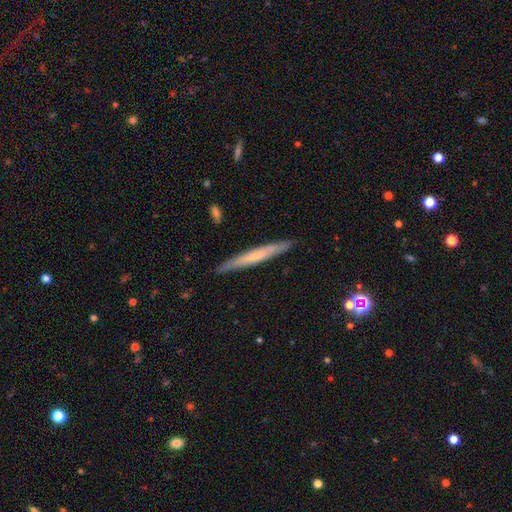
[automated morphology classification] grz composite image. It shows a smooth galaxy with no disk features (47%, tied with featured or disk). Merging: none (89%).